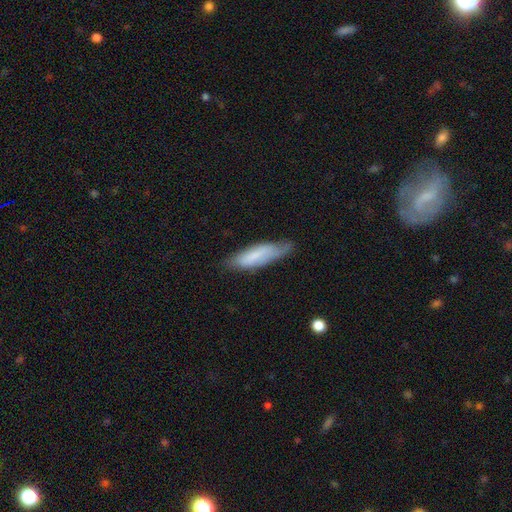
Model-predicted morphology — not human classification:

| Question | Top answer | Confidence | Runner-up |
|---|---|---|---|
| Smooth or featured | smooth | 66% | featured or disk (27%) |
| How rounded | cigar-shaped | 59% | in between (40%) |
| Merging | none | 61% | minor disturbance (30%) |